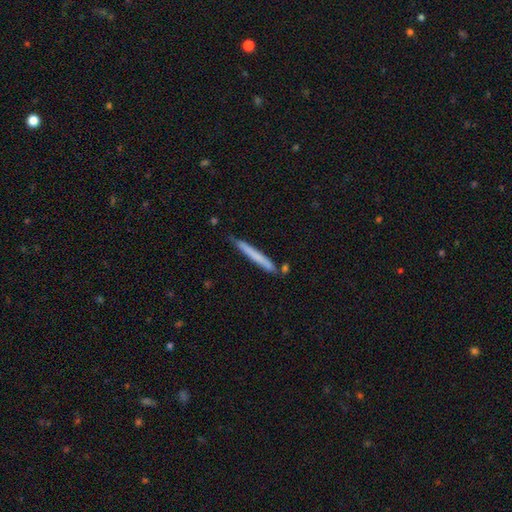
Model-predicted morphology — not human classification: smooth 66%, featured or disk 28%, star or artifact 6%. Down the decision tree: how rounded — cigar-shaped (97%); merging — none (80%).